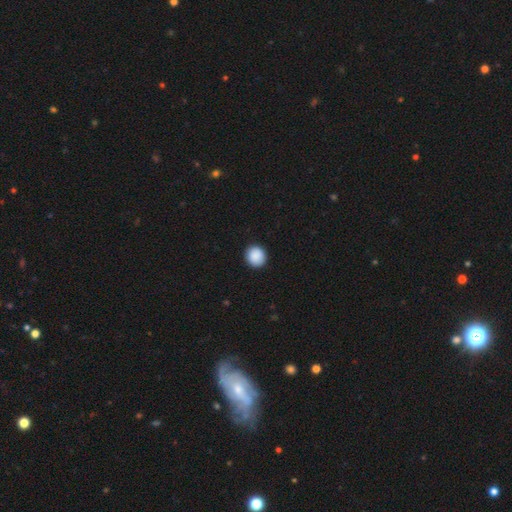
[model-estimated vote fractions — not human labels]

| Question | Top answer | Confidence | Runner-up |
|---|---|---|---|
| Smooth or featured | smooth | 90% | star or artifact (8%) |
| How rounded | round | 90% | in between (9%) |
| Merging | none | 92% | minor disturbance (5%) |